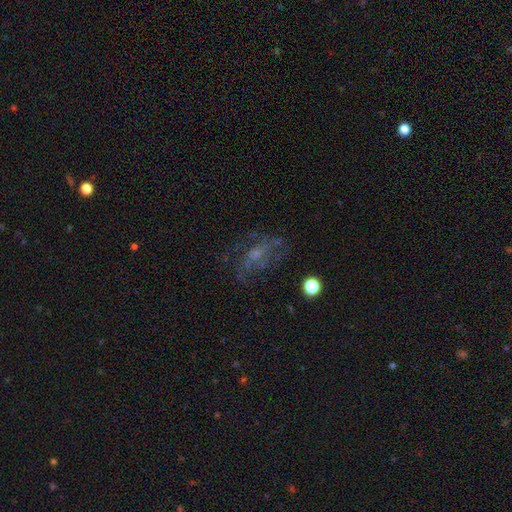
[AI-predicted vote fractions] A featured or disk galaxy (58%) with no bar (66%), spiral arms (56%) and a small central bulge (42%). Merging: none (51%).